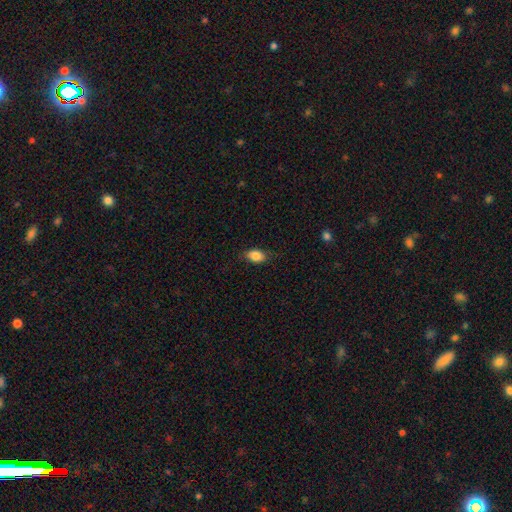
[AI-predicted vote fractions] Smooth or featured?
  - smooth: 86% *
  - star or artifact: 8%
  - featured or disk: 6%
How rounded?
  - in between: 84% *
  - round: 14%
  - cigar-shaped: 2%
Merging?
  - none: 78% *
  - minor disturbance: 17%
  - major disturbance: 4%
  - merger: 1%